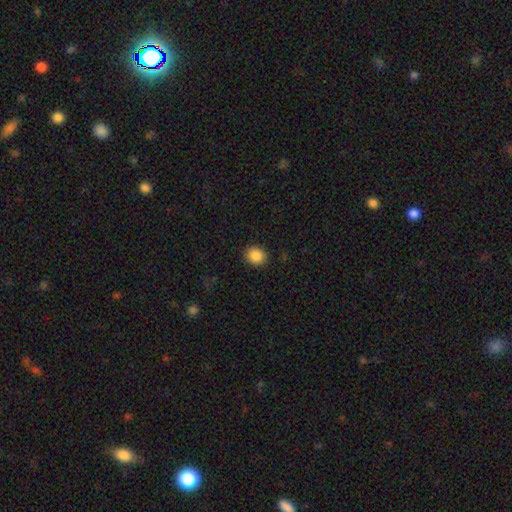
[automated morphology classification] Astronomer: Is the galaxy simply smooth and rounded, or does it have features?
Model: smooth — 87%.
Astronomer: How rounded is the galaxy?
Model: round — 72%.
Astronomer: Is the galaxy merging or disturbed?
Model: none — 90%.